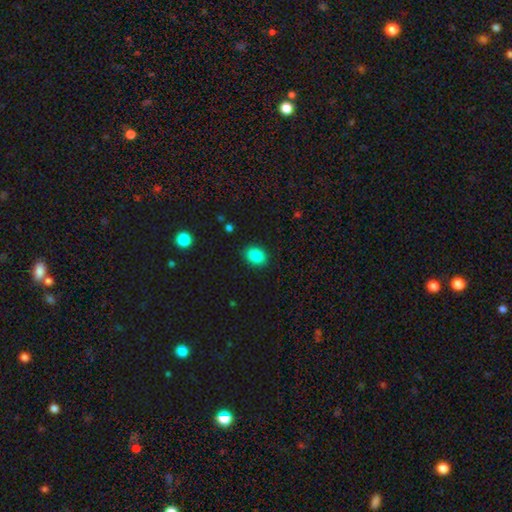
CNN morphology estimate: A smooth galaxy with no disk features (86%) that is in between round and cigar-shaped (66%). Merging: none (88%).